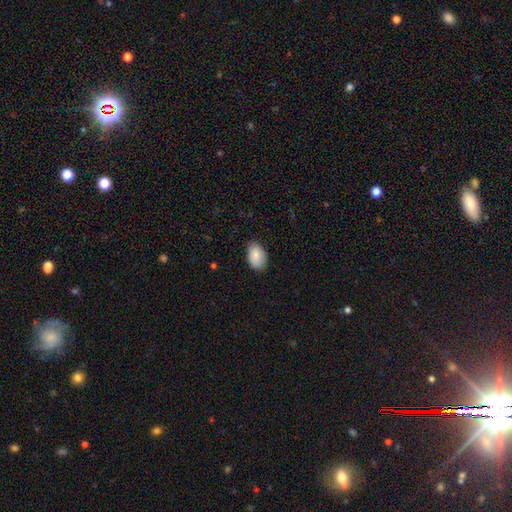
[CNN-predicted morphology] Overall: smooth (86%). How rounded: in between (91%). Merging: none (81%).